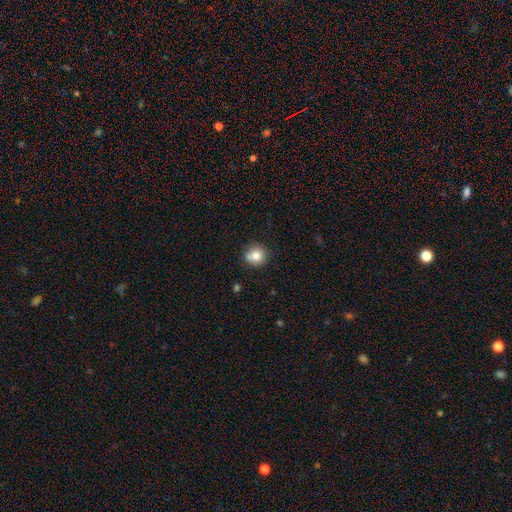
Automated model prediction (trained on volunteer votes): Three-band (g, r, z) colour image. It shows a smooth galaxy with no disk features (79%) that is round (89%). Merging: none (68%).